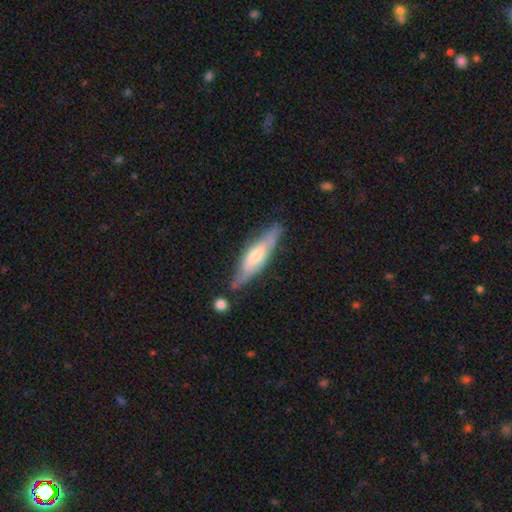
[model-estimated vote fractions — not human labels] Smooth or featured? featured or disk (61%)
Edge-on disk? yes (73%)
Merging? none (73%)